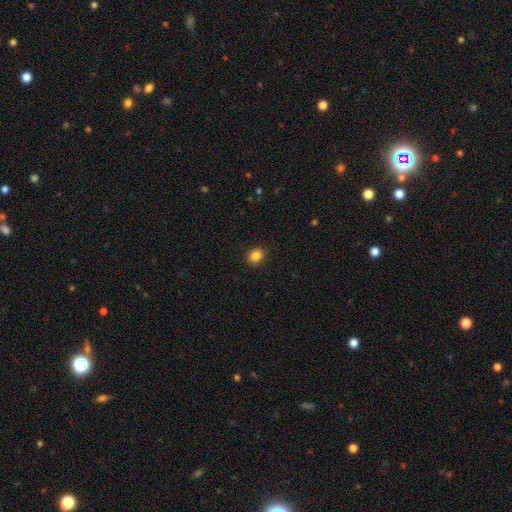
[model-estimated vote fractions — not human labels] Overall: smooth (86%). How rounded: round (63%; in between 36%). Merging: none (90%).